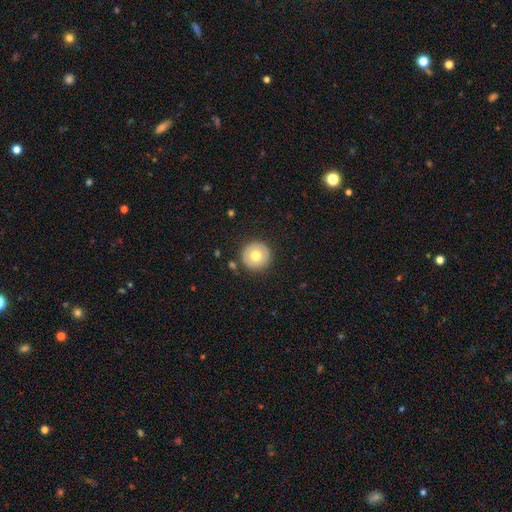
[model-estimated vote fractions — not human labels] Smooth or featured? smooth (70%)
How rounded? round (96%)
Merging? none (89%)